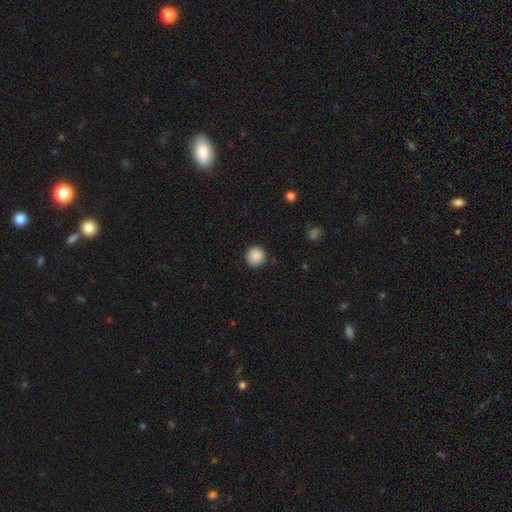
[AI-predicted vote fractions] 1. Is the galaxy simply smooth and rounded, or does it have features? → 88% smooth, 9% star or artifact, 3% featured or disk.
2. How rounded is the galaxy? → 94% round, 5% in between, 1% cigar-shaped.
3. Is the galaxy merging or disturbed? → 89% none, 8% minor disturbance, 2% major disturbance, 1% merger.